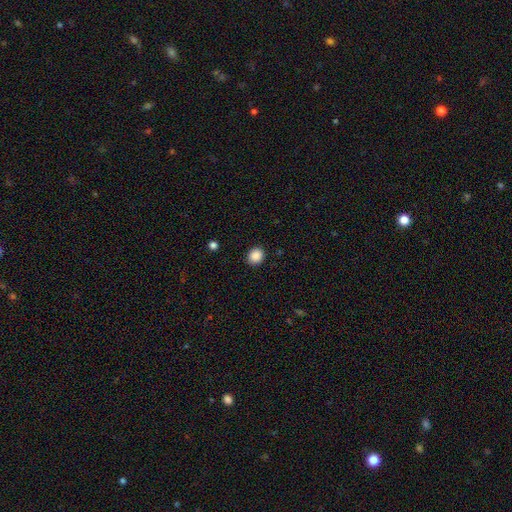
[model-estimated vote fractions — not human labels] smooth 88%, star or artifact 9%, featured or disk 3%. Down the decision tree: how rounded — round (74%); merging — none (90%).